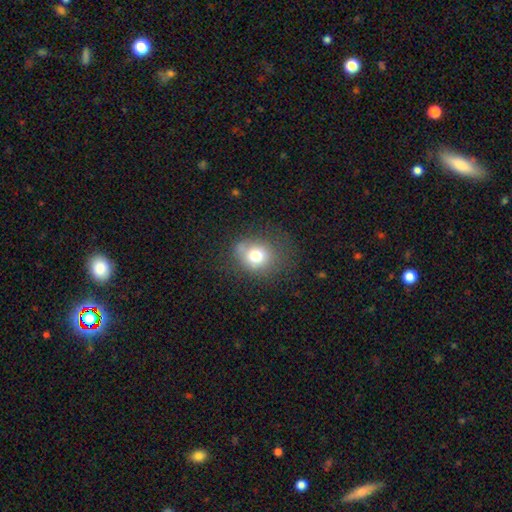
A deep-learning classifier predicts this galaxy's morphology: This is likely a smooth galaxy (73%). How rounded: likely round (61%). Merging: likely none (62%).